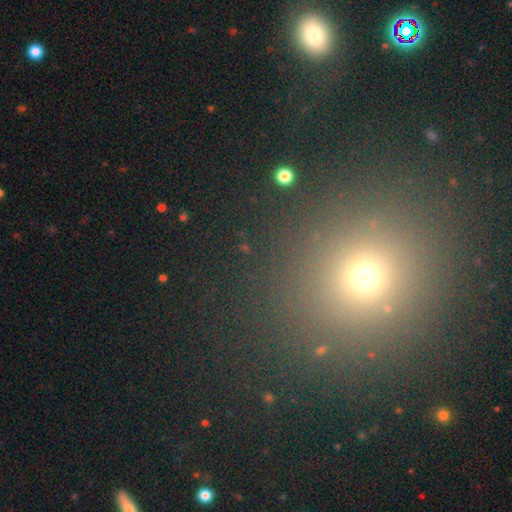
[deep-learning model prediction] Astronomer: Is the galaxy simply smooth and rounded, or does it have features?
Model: smooth — 57% (runner-up: star or artifact, 35%).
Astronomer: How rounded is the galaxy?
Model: round — 84%.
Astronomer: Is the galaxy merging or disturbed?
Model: none — 87%.